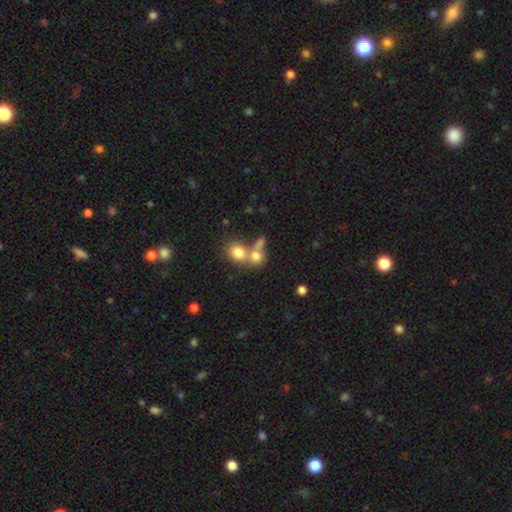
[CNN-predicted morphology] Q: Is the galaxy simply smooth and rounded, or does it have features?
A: smooth — 74%.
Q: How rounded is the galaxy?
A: round — 70%.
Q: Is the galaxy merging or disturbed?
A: merger — 56%.